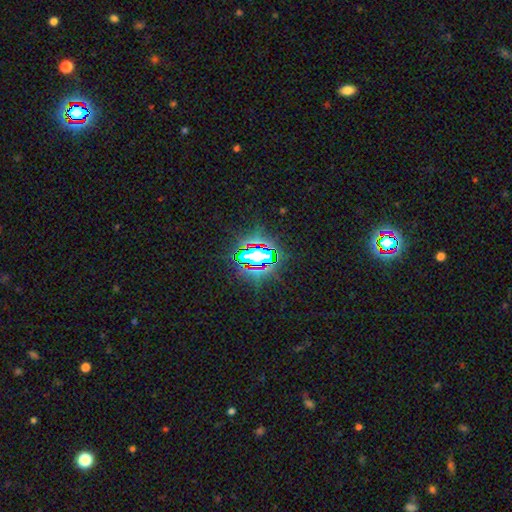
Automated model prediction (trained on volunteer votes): A star or artifact, not a galaxy (76%).